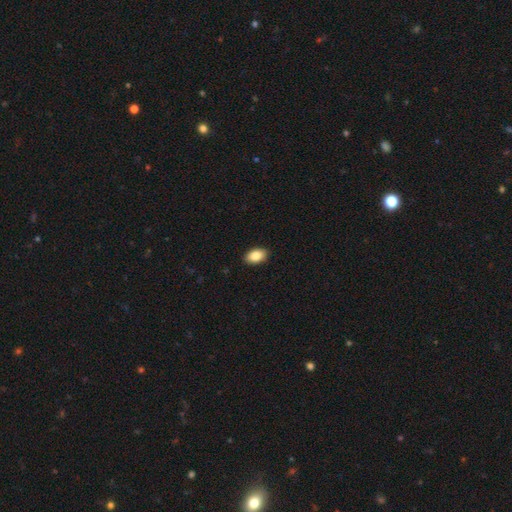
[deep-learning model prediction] This appears to be a smooth galaxy with no disk features (86%) that is in between round and cigar-shaped (92%). Merging: none (90%).